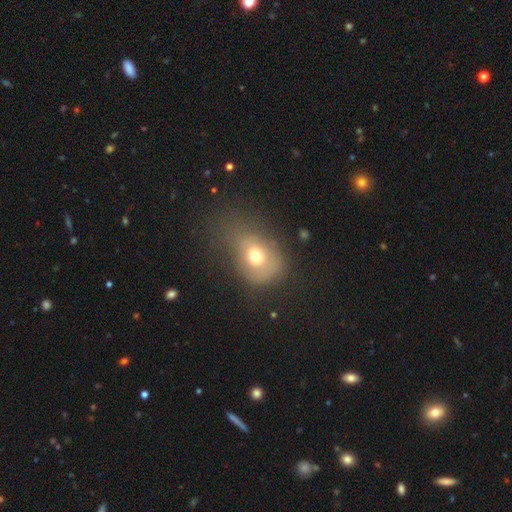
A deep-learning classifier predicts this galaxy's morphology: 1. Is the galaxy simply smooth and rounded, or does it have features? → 64% smooth, 24% featured or disk, 12% star or artifact.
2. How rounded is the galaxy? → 61% in between, 37% round, 1% cigar-shaped.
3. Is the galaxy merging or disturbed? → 33% none, 32% major disturbance, 31% minor disturbance, 3% merger.